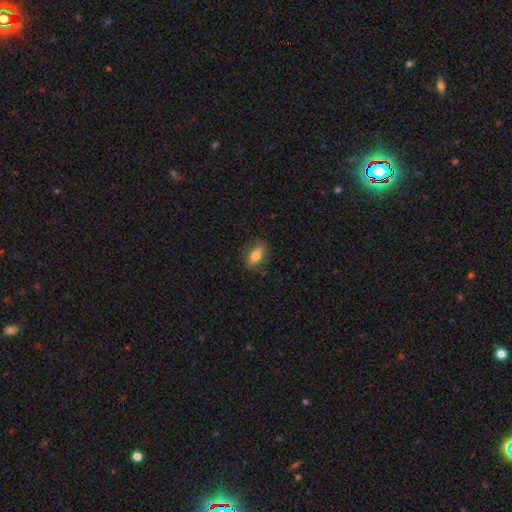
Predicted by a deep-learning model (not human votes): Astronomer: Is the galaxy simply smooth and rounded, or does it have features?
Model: smooth — 72%.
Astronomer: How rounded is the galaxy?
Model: in between — 83%.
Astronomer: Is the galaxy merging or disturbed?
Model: none — 77%.